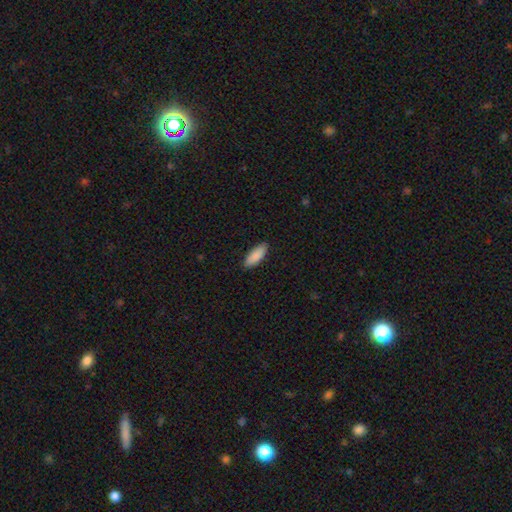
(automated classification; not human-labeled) Overall: smooth (89%). How rounded: in between (73%). Merging: none (88%).